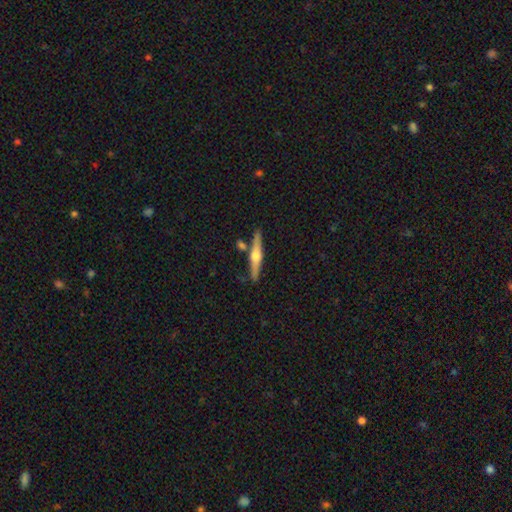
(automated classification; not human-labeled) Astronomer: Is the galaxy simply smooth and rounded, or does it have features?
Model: featured or disk — 73%.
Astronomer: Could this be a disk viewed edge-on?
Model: yes — 97%.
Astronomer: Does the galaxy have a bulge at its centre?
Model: rounded — 94%.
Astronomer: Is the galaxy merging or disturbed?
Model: none — 83%.